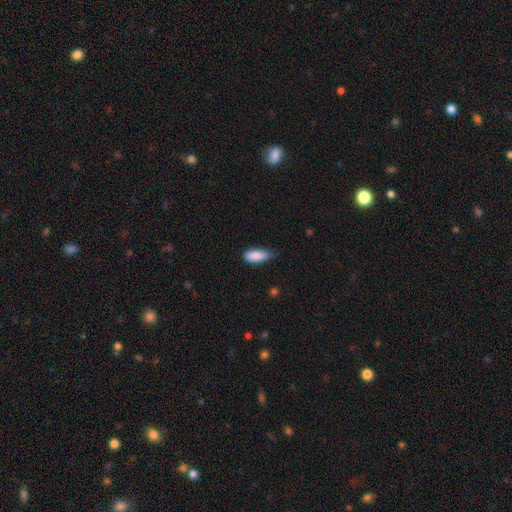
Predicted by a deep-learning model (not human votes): Q: Smooth or featured?
A: smooth (87%); runner-up: featured or disk (7%)
Q: How rounded?
A: in between (79%); runner-up: cigar-shaped (18%)
Q: Merging?
A: none (46%); runner-up: minor disturbance (45%)